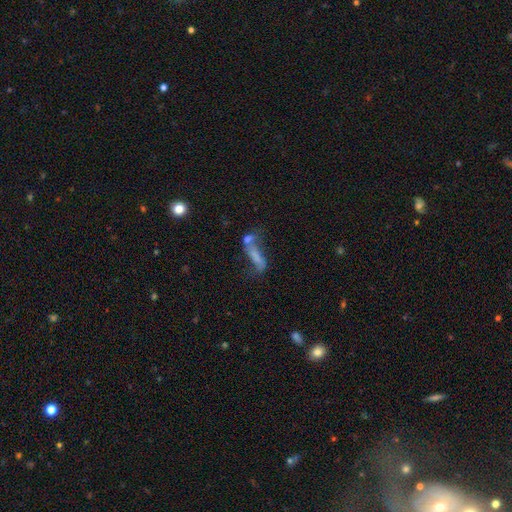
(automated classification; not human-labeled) smooth 43%, featured or disk 42%, star or artifact 15%. Down the decision tree: merging — merger (39%).